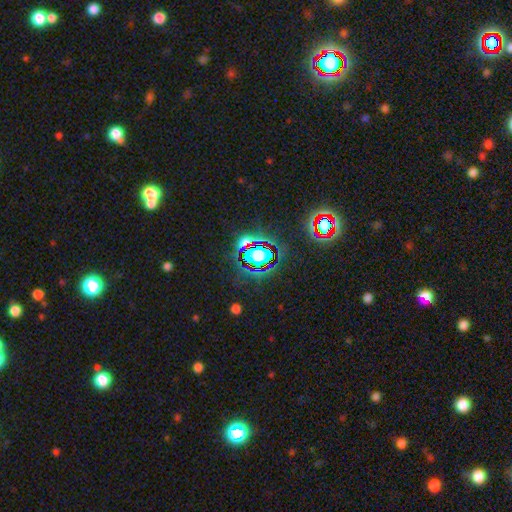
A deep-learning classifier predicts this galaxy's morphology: This appears to be a star or artifact, not a galaxy (80%).